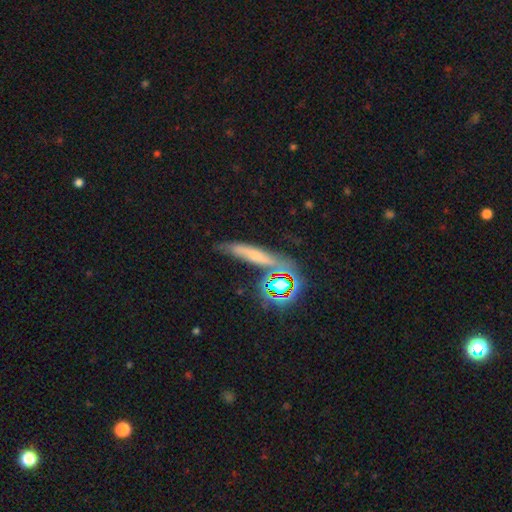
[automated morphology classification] Smooth or featured? Predicted: smooth (p=0.48). Merging? Predicted: none (p=0.66).